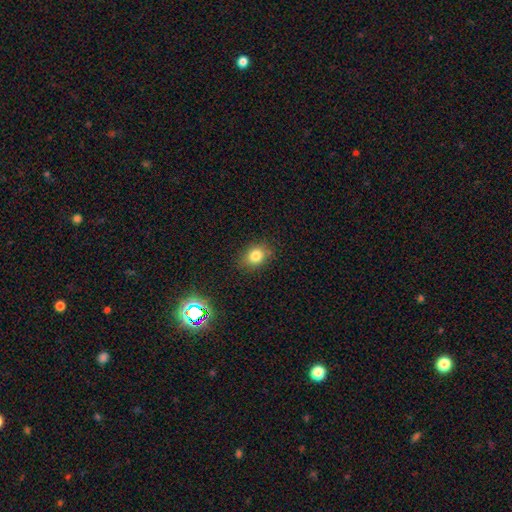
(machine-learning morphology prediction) type=smooth (80%); roundness=in between (53%); merging=none (83%).